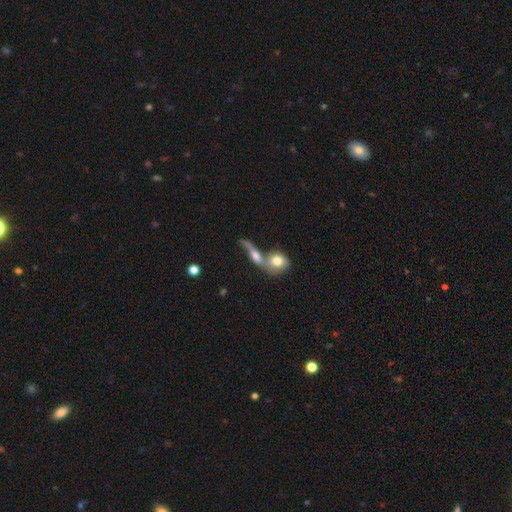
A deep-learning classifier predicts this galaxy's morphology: Smooth or featured? Predicted: smooth (p=0.48). Merging? Predicted: merger (p=0.62).